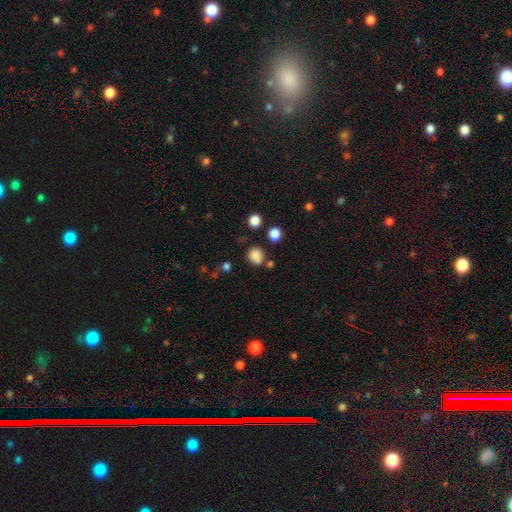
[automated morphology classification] Smooth or featured? Predicted: smooth (p=0.82). How rounded? Predicted: round (p=0.75). Merging? Predicted: none (p=0.69).